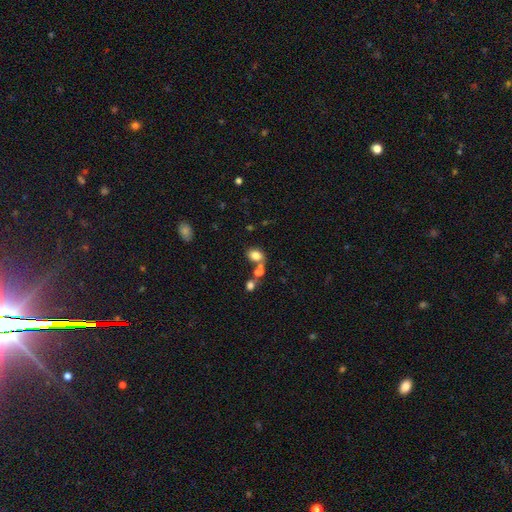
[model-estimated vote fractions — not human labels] Q: Smooth or featured?
A: smooth (77%); runner-up: star or artifact (12%)
Q: How rounded?
A: in between (64%); runner-up: round (35%)
Q: Merging?
A: none (42%); runner-up: merger (39%)